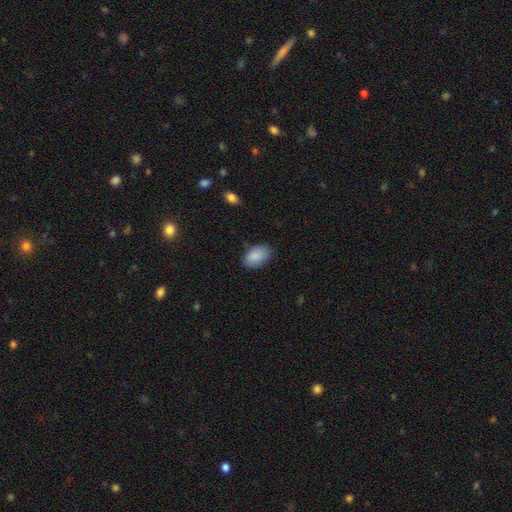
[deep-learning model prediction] This is clearly a smooth galaxy (89%). How rounded: clearly in between (92%). Merging: likely none (80%).